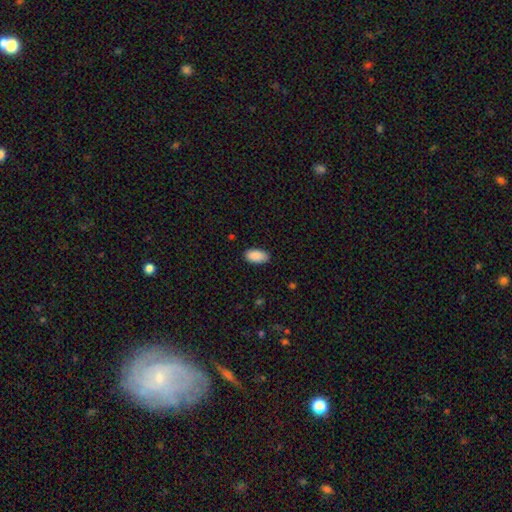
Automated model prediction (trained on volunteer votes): A smooth galaxy with no disk features (90%) that is in between round and cigar-shaped (95%).

Vote fractions:
- Smooth or featured? smooth: 90% / star or artifact: 7% / featured or disk: 3%
- How rounded? in between: 95% / cigar-shaped: 3% / round: 2%
- Merging? none: 85% / minor disturbance: 12% / major disturbance: 2% / merger: 1%